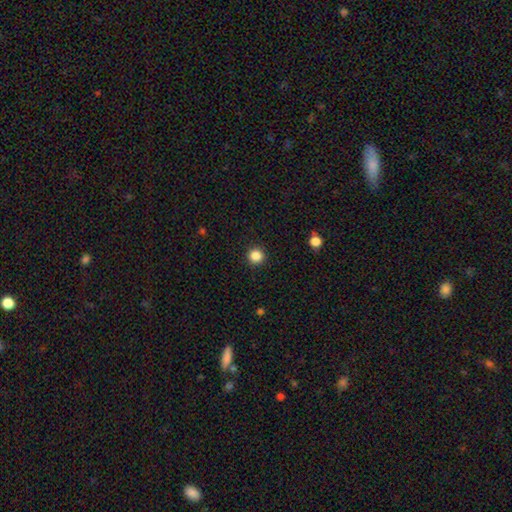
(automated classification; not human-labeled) Morphology: type=smooth (85%); roundness=round (94%); merging=none (93%).